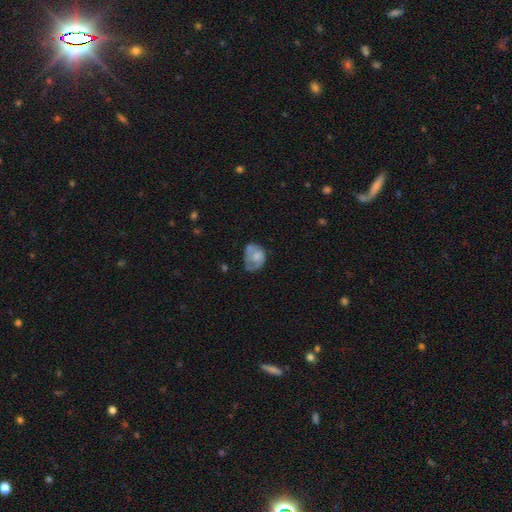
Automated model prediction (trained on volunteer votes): Smooth or featured: smooth — 55% (featured or disk — 38%)
How rounded: in between — 60% (round — 39%)
Merging: none — 36% (minor disturbance — 34%)